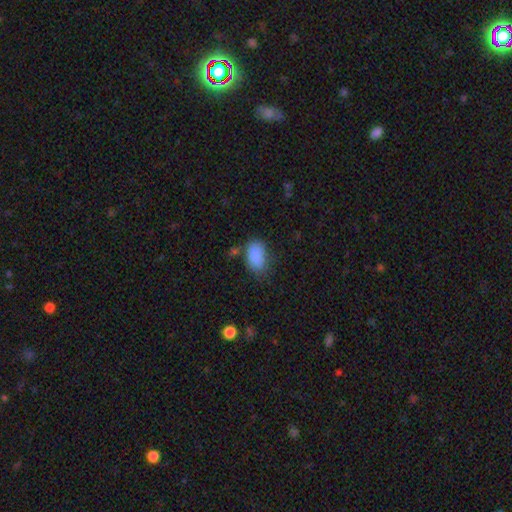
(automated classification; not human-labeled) This is clearly a smooth galaxy (87%). How rounded: clearly in between (91%). Merging: likely none (64%).